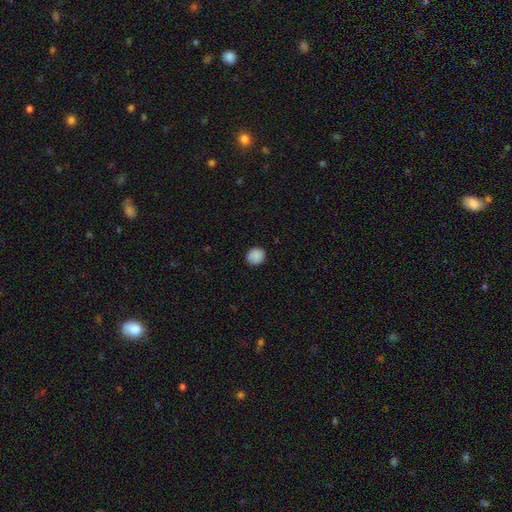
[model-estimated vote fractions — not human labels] smooth_or_featured: smooth (p=0.87) [alt: star or artifact p=0.08]
how_rounded: round (p=0.83) [alt: in between p=0.16]
merging: none (p=0.85) [alt: minor disturbance p=0.12]